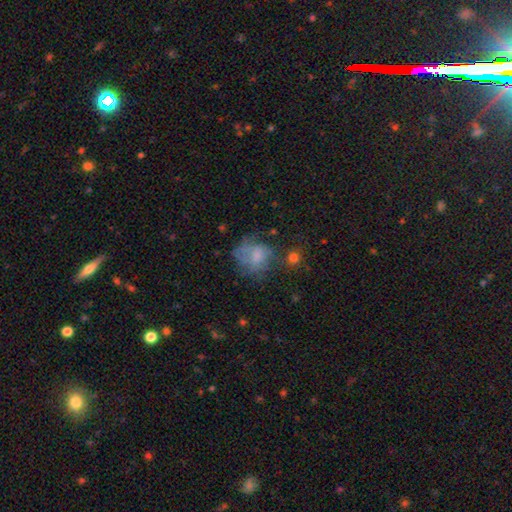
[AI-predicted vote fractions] Overall: smooth (51%; featured or disk 35%). How rounded: round (60%; in between 39%). Merging: none (41%; major disturbance 30%).